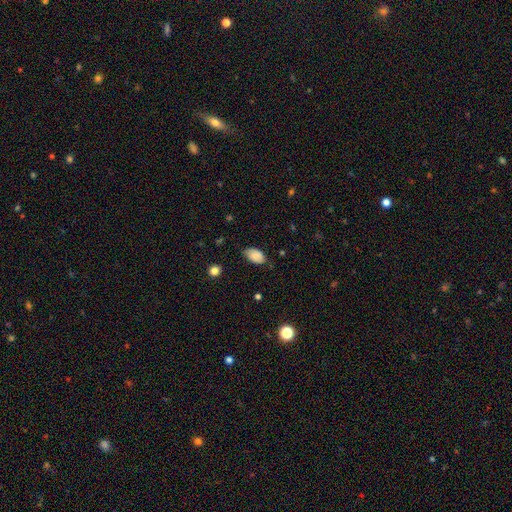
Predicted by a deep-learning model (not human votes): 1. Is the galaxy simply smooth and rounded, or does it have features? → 83% smooth, 9% featured or disk, 8% star or artifact.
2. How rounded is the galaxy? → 93% in between, 6% round, 1% cigar-shaped.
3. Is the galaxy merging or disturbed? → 69% none, 25% minor disturbance, 4% major disturbance, 1% merger.